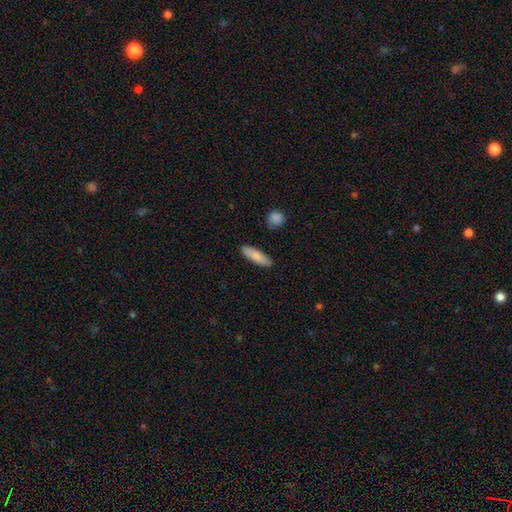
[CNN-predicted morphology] smooth_or_featured: smooth (p=0.84) [alt: featured or disk p=0.10]
how_rounded: cigar-shaped (p=0.54) [alt: in between p=0.44]
merging: none (p=0.88) [alt: minor disturbance p=0.09]